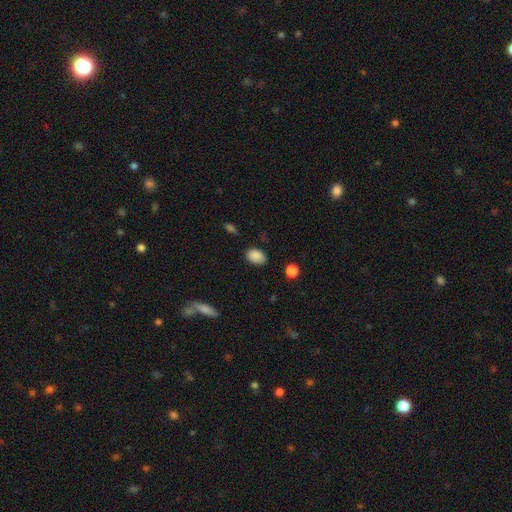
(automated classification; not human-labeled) This appears to be a smooth galaxy with no disk features (88%) that is in between round and cigar-shaped (82%). Merging: none (80%).